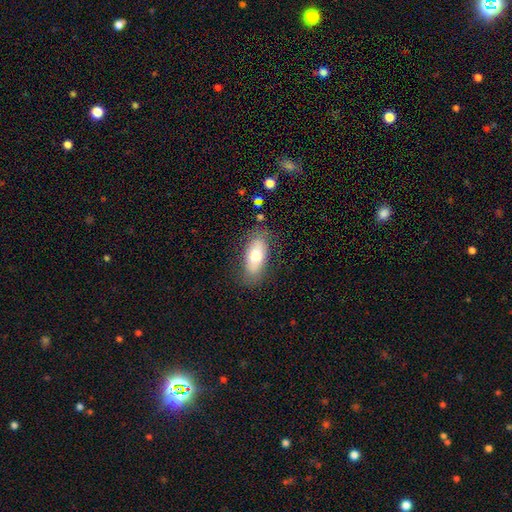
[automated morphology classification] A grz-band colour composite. It shows a smooth galaxy with no disk features (67%) that is in between round and cigar-shaped (87%). Merging: none (79%).